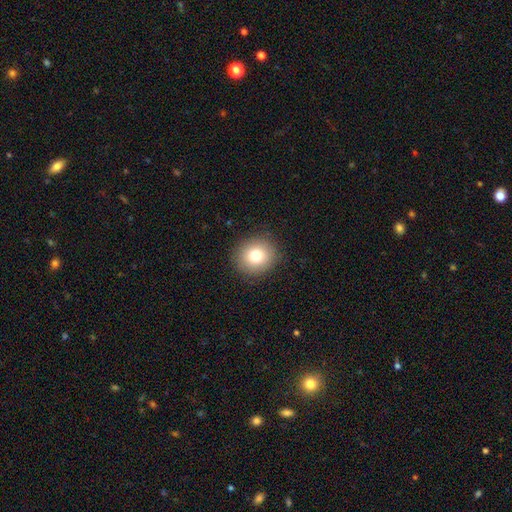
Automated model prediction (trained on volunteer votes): Overall: smooth (79%). How rounded: round (85%). Merging: none (89%).